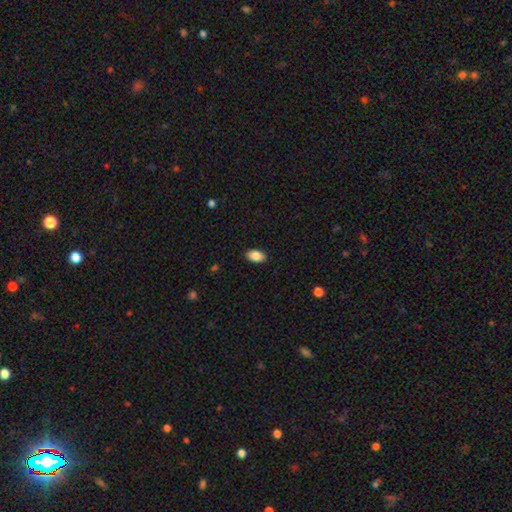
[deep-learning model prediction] Smooth or featured? Predicted: smooth (p=0.88). How rounded? Predicted: in between (p=0.93). Merging? Predicted: none (p=0.89).